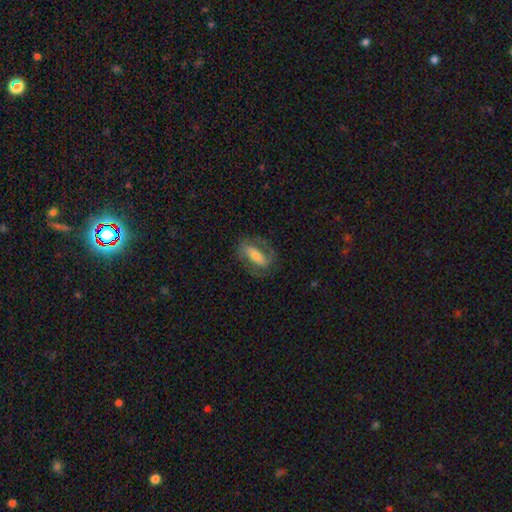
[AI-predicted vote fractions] A featured or disk galaxy (61%) with a strong bar (55%), spiral arms (72%) and a moderate central bulge (46%). Merging: none (73%).